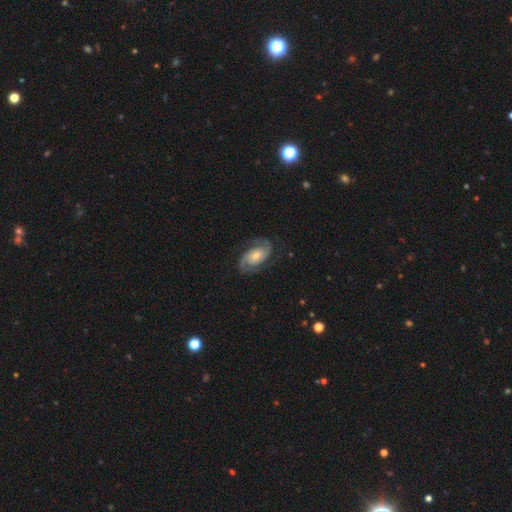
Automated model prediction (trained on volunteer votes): Overall: featured or disk (86%). Edge-on disk: no (97%). Bar: no (59%; weak 31%). Spiral arms: yes (97%). Spiral arm count: 2 (92%). Spiral winding: medium (48%; tight 36%). Bulge size: moderate (51%; small 29%). Merging: none (79%).